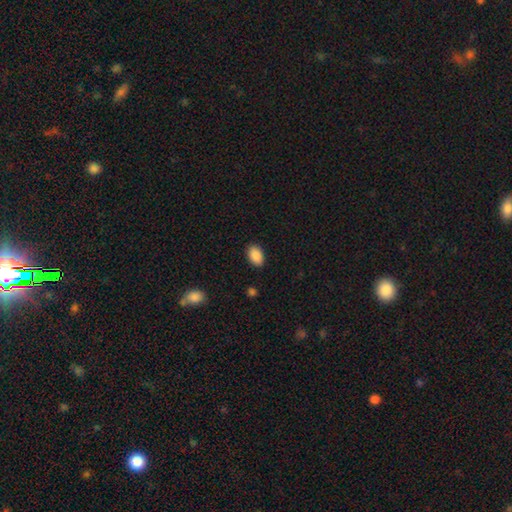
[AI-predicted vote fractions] Morphology: type=smooth (89%); roundness=in between (91%); merging=none (88%).